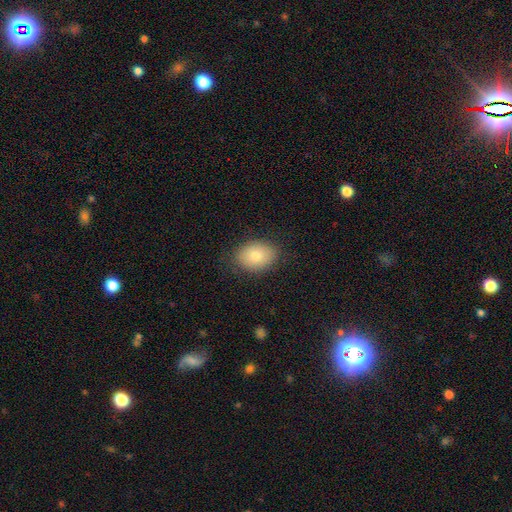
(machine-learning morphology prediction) The model was most divided on "how rounded": in between: 66%, round: 33%, cigar-shaped: 1%. More confident: merging — none (84%); smooth or featured — smooth (79%).